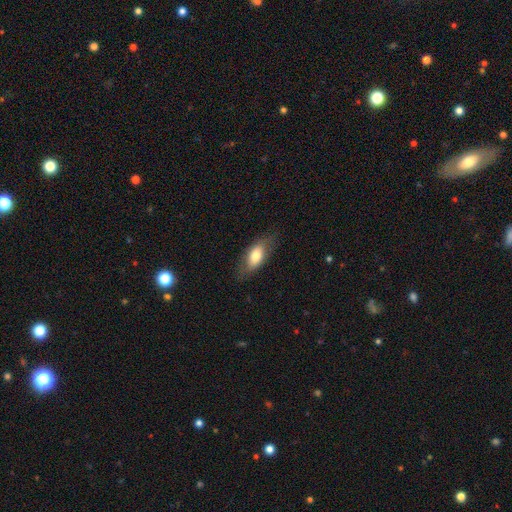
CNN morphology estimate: The model was most divided on "smooth or featured": smooth: 69%, featured or disk: 24%, star or artifact: 6%. More confident: how rounded — in between (83%); merging — none (76%).